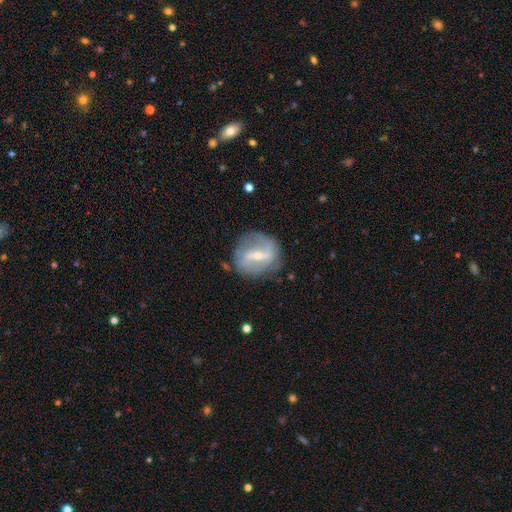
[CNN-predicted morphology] The model was most divided on "spiral winding": loose: 46%, medium: 34%, tight: 20%. More confident: edge-on disk — no (93%); smooth or featured — featured or disk (77%); spiral arm count — 2 (77%); merging — none (73%); spiral arms — yes (72%); bulge size — small (57%); bar — strong (56%).